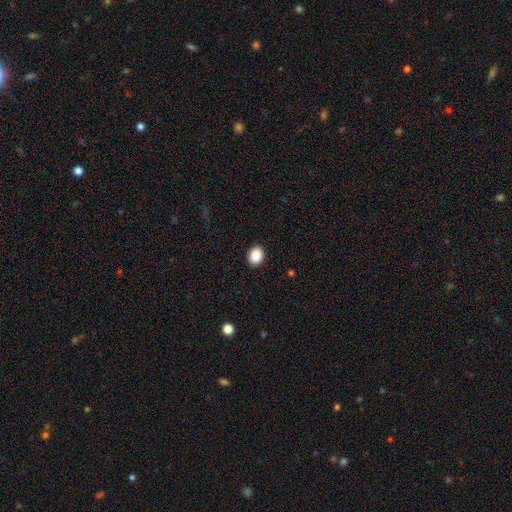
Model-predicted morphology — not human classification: A smooth galaxy with no disk features (89%) that is in between round and cigar-shaped (61%). Merging: none (91%).